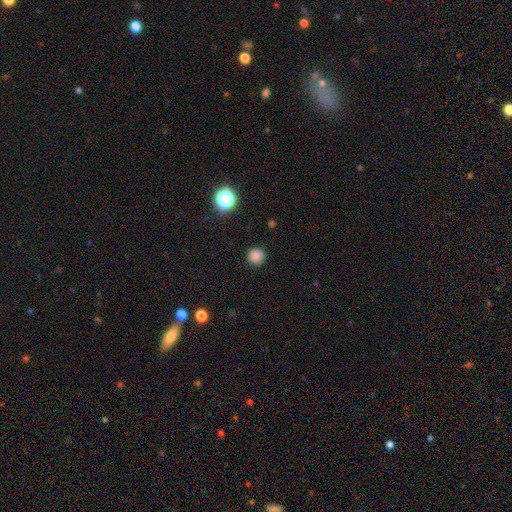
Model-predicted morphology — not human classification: Smooth or featured? smooth (83%)
How rounded? round (93%)
Merging? none (90%)